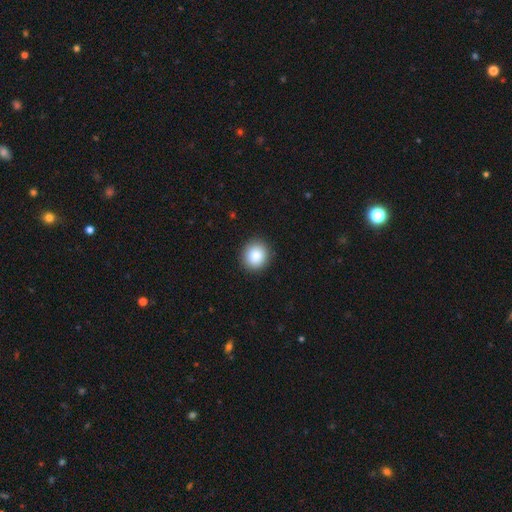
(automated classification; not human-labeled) This is clearly a smooth galaxy (86%). How rounded: clearly round (87%). Merging: clearly none (91%).